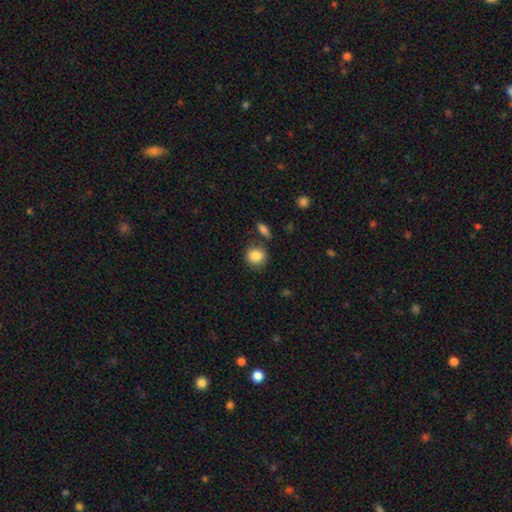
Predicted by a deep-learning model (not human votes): This is clearly a smooth galaxy (86%). How rounded: clearly round (81%). Merging: likely none (77%).